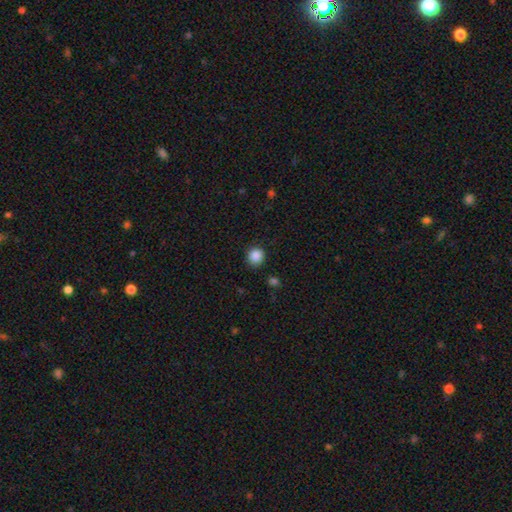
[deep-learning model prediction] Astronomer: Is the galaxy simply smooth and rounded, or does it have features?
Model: smooth — 88%.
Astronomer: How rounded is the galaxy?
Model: round — 90%.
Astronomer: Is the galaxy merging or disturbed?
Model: none — 89%.